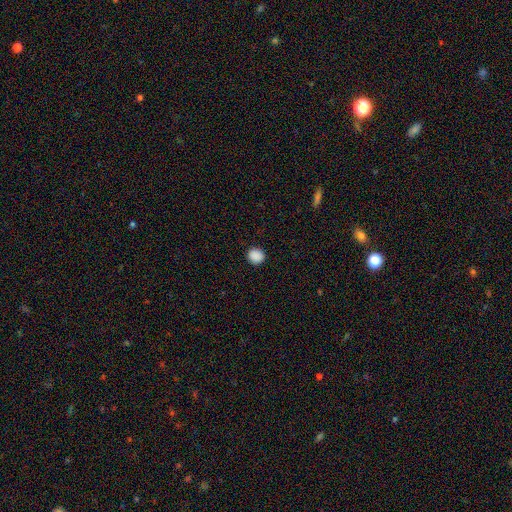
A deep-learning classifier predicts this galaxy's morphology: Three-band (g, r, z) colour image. It shows a smooth galaxy with no disk features (89%) that is round (88%). Merging: none (92%).